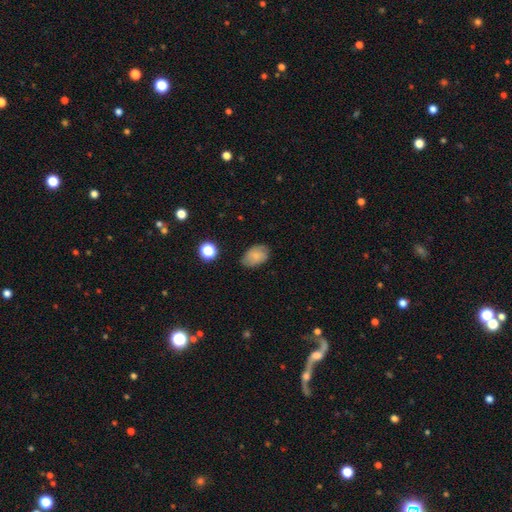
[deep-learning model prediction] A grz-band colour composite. It shows a smooth galaxy with no disk features (77%) that is in between round and cigar-shaped (86%). Merging: none (76%).